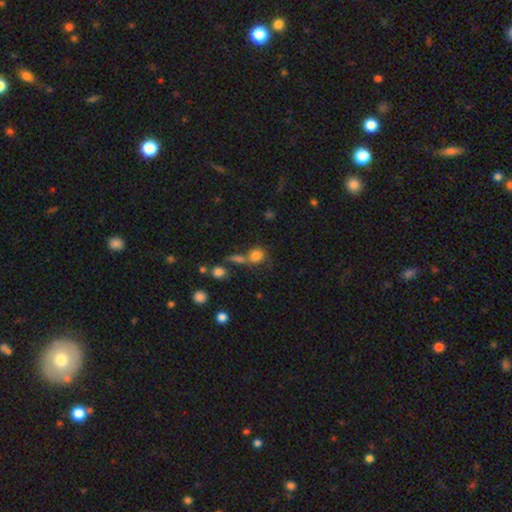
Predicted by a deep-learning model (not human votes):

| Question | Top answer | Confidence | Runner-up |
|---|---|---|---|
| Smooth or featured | smooth | 80% | star or artifact (12%) |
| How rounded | round | 76% | in between (22%) |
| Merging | none | 47% | merger (33%) |